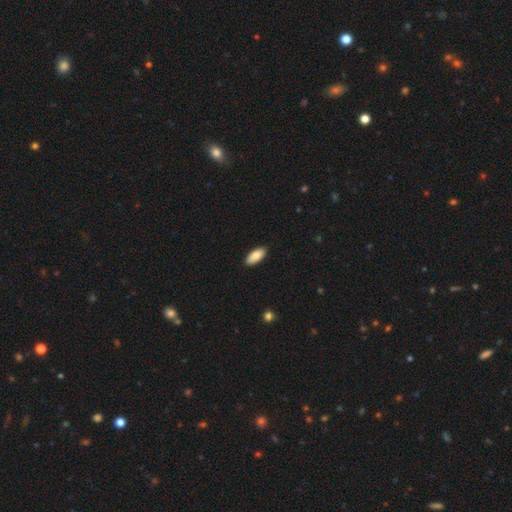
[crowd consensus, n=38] Volunteers were most divided on "smooth or featured": smooth: 87%, star or artifact: 8%, featured or disk: 5%. More confident: merging — none (94%); how rounded — in between (91%).